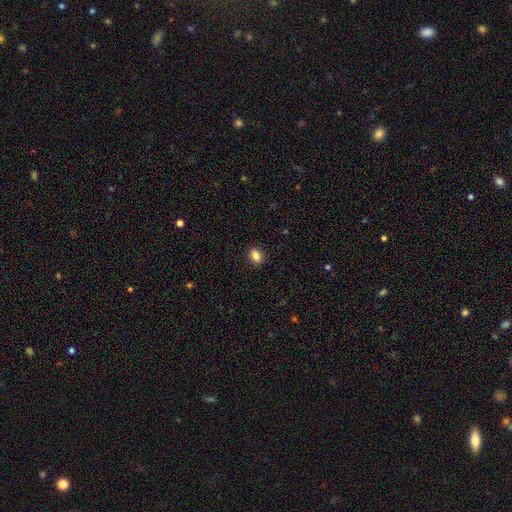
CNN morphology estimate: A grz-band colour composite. It shows a smooth galaxy with no disk features (86%) that is in between round and cigar-shaped (70%). Merging: none (89%).